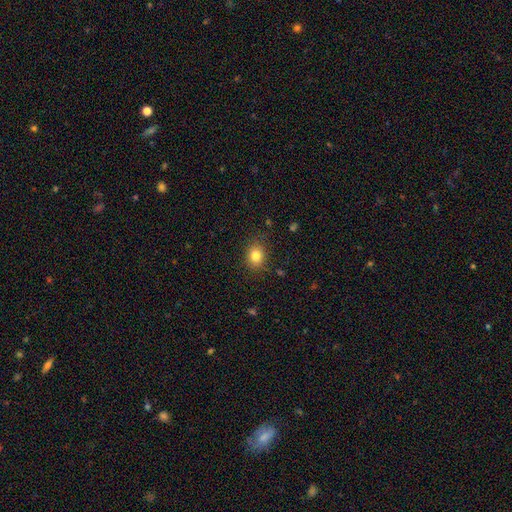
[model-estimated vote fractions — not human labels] A smooth galaxy with no disk features (82%) that is round (53%).

Vote fractions:
- Smooth or featured? smooth: 82% / star or artifact: 11% / featured or disk: 7%
- How rounded? round: 53% / in between: 46% / cigar-shaped: 1%
- Merging? none: 86% / minor disturbance: 10% / major disturbance: 3% / merger: 1%